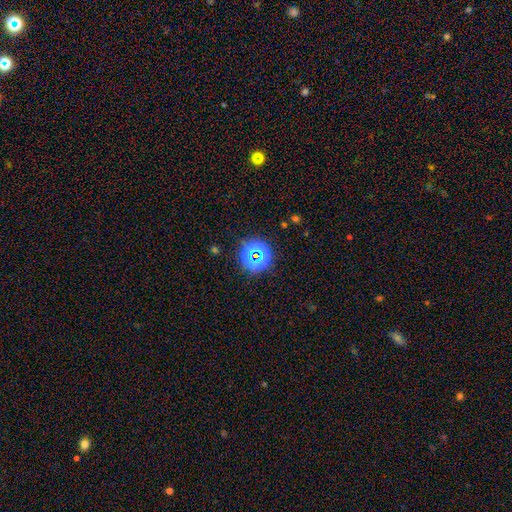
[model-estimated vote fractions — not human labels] This appears to be a star or artifact, not a galaxy (64%).